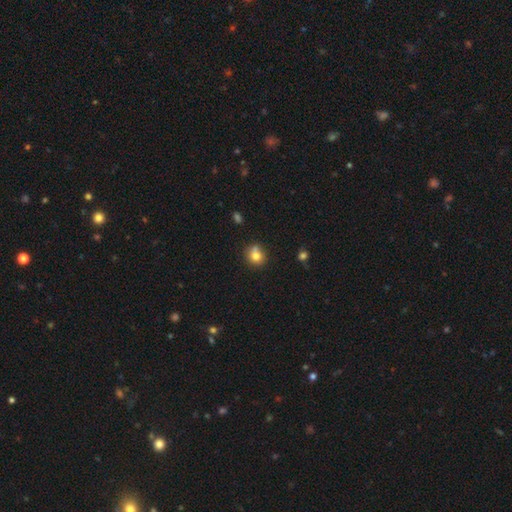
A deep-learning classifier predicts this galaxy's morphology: A smooth galaxy with no disk features (77%) that is round (79%).

Vote fractions:
- Smooth or featured? smooth: 77% / star or artifact: 12% / featured or disk: 11%
- How rounded? round: 79% / in between: 20% / cigar-shaped: 1%
- Merging? none: 58% / merger: 20% / minor disturbance: 17% / major disturbance: 5%